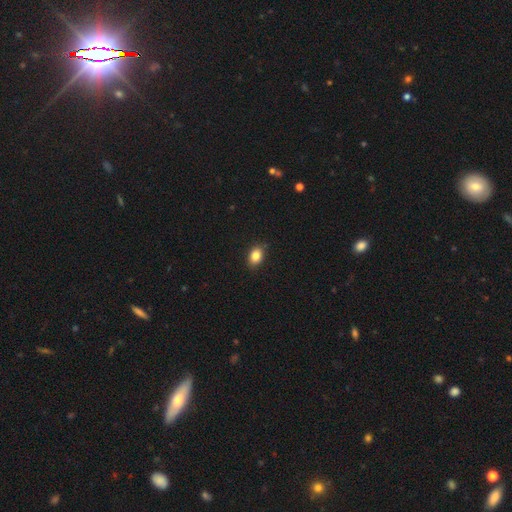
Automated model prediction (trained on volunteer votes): Smooth or featured? Predicted: smooth (p=0.85). How rounded? Predicted: in between (p=0.76). Merging? Predicted: none (p=0.86).